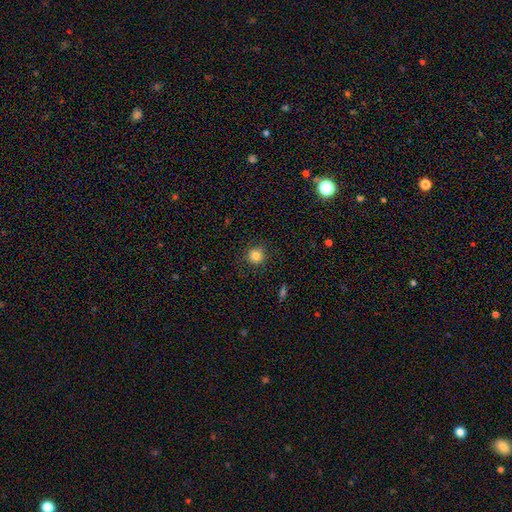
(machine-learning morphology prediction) Q: Smooth or featured?
A: smooth (82%); runner-up: star or artifact (11%)
Q: How rounded?
A: round (93%); runner-up: in between (6%)
Q: Merging?
A: none (88%); runner-up: minor disturbance (8%)